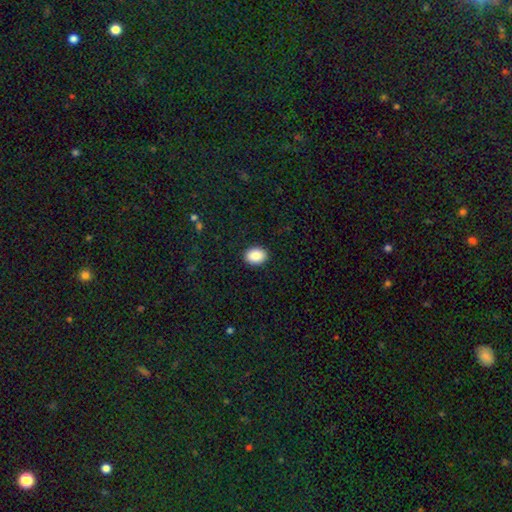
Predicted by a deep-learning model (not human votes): Q: Smooth or featured?
A: smooth (88%); runner-up: star or artifact (8%)
Q: How rounded?
A: in between (70%); runner-up: round (29%)
Q: Merging?
A: none (91%); runner-up: minor disturbance (6%)